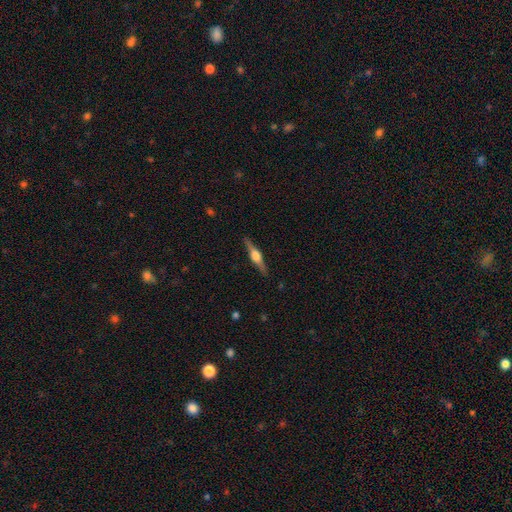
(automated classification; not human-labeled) A featured or disk galaxy (79%) viewed edge-on (98%) with a rounded central bulge (93%).

Vote fractions:
- Smooth or featured? featured or disk: 79% / smooth: 16% / star or artifact: 5%
- Edge-on disk? yes: 98% / no: 2%
- Edge-on bulge? rounded: 93% / boxy: 6% / none: 2%
- Merging? none: 90% / minor disturbance: 7% / major disturbance: 2% / merger: 1%